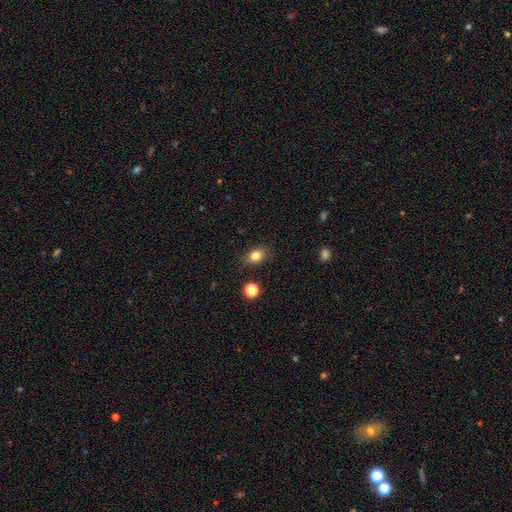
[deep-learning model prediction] This is clearly a smooth galaxy (81%). How rounded: likely in between (70%). Merging: clearly none (83%).